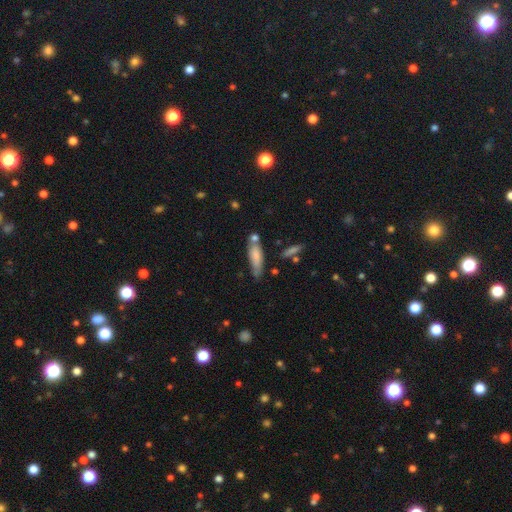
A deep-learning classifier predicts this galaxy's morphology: This appears to be a smooth galaxy with no disk features (74%) that is in between round and cigar-shaped (51%). Merging: none (49%).